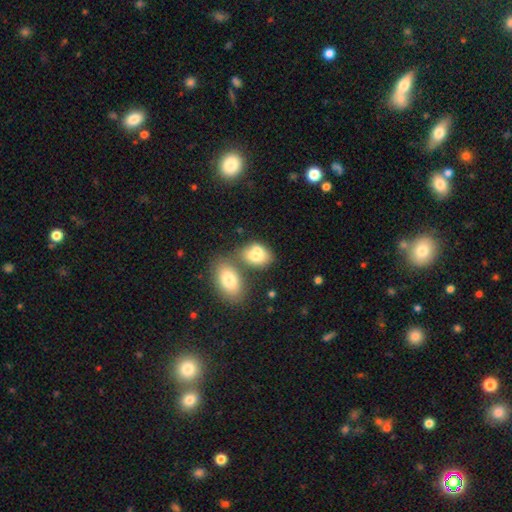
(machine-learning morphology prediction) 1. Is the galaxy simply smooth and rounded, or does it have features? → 75% smooth, 16% featured or disk, 9% star or artifact.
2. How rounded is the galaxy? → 78% in between, 21% round, 2% cigar-shaped.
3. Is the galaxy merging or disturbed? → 48% merger, 33% none, 13% minor disturbance, 6% major disturbance.